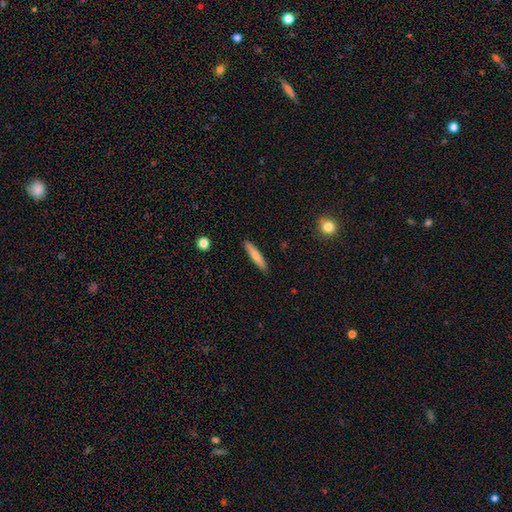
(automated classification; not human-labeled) Morphology: type=smooth (73%); roundness=cigar-shaped (90%); merging=none (89%).